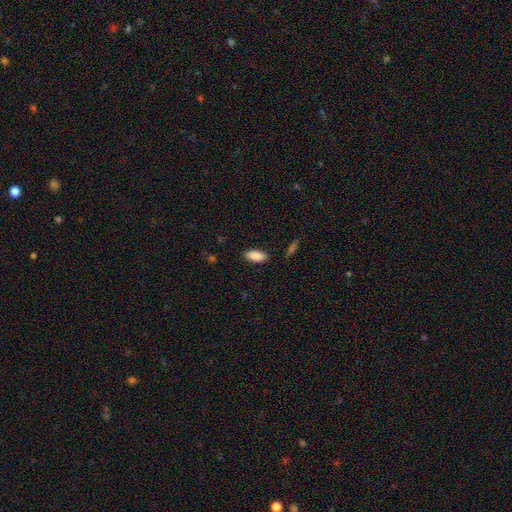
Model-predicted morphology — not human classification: Smooth or featured? smooth (88%)
How rounded? in between (90%)
Merging? none (88%)